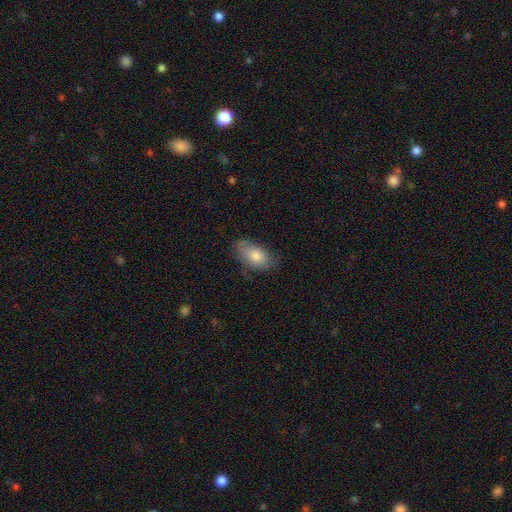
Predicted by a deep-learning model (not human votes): Smooth or featured? smooth (77%)
How rounded? in between (92%)
Merging? none (70%)